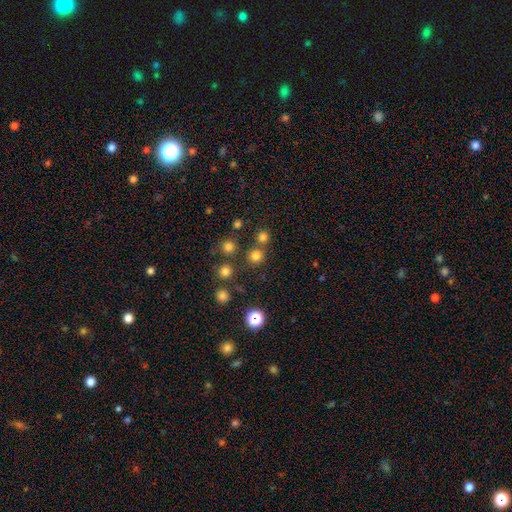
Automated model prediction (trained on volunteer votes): This is likely a smooth galaxy (75%). How rounded: clearly round (94%). Merging: likely none (77%).